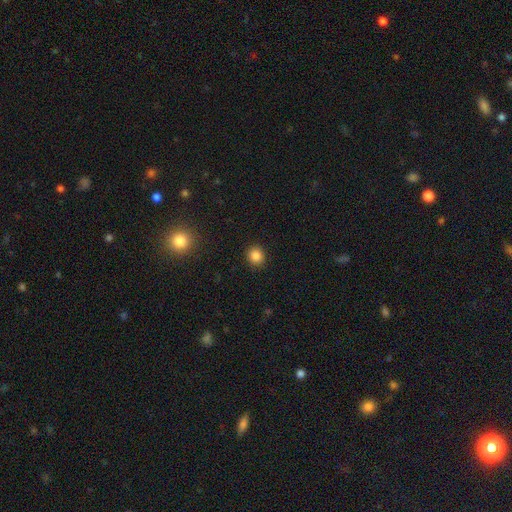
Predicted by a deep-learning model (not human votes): smooth-or-featured: smooth: 85% | star or artifact: 11% | featured or disk: 4%
  how-rounded: round: 84% | in between: 15% | cigar-shaped: 1%
  merging: none: 91% | minor disturbance: 6% | major disturbance: 2% | merger: 1%